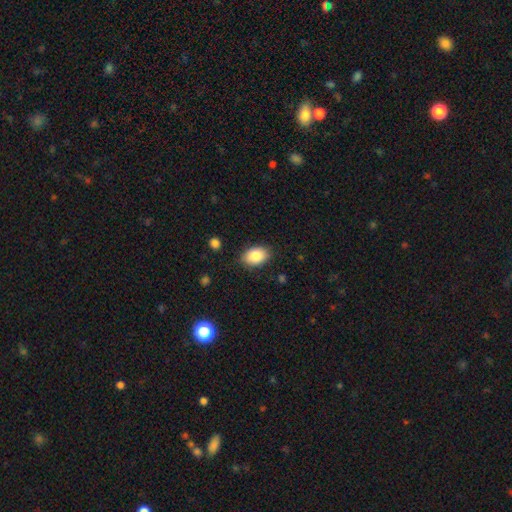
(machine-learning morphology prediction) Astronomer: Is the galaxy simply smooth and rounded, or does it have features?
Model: smooth — 86%.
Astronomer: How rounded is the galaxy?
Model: in between — 86%.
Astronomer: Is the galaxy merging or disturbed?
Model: none — 85%.